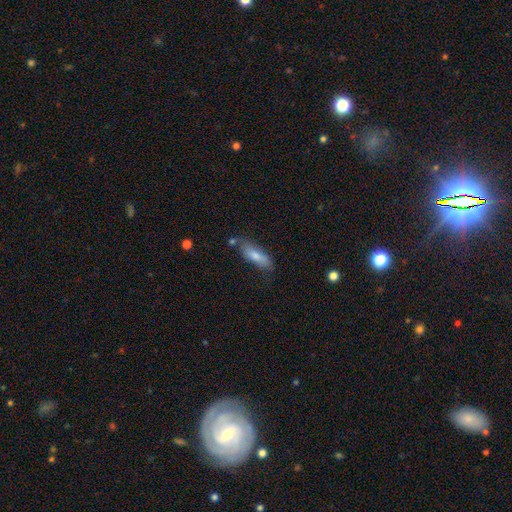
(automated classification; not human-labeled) A smooth galaxy with no disk features (74%) that is in between round and cigar-shaped (54%). Merging: none (62%).